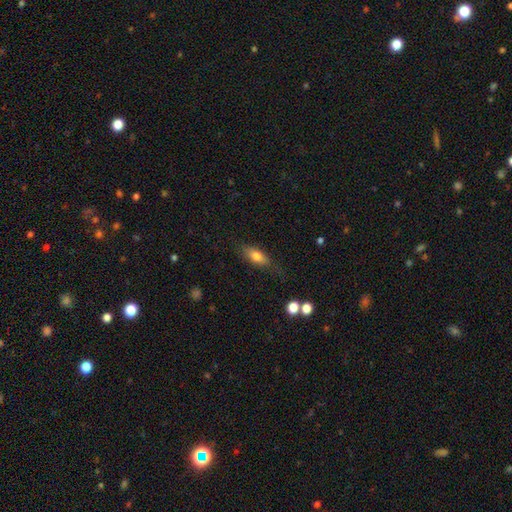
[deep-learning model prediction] Smooth or featured?
  - smooth: 74% *
  - featured or disk: 19%
  - star or artifact: 8%
How rounded?
  - in between: 73% *
  - cigar-shaped: 23%
  - round: 4%
Merging?
  - none: 72% *
  - minor disturbance: 20%
  - major disturbance: 6%
  - merger: 2%